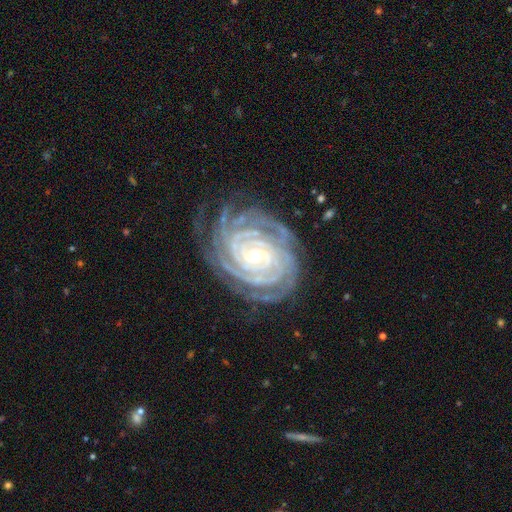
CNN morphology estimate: Smooth or featured? Predicted: featured or disk (p=0.93). Edge-on disk? Predicted: no (p=0.97). Bar? Predicted: no (p=0.41). Spiral arms? Predicted: yes (p=0.99). Spiral winding? Predicted: tight (p=0.88). Spiral arm count? Predicted: 4 (p=0.26). Bulge size? Predicted: small (p=0.53). Merging? Predicted: none (p=0.76).